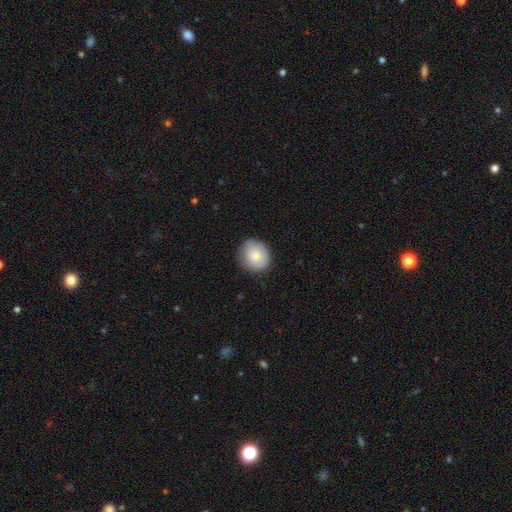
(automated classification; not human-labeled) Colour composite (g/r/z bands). It shows a smooth galaxy with no disk features (80%) that is round (79%). Merging: none (80%).